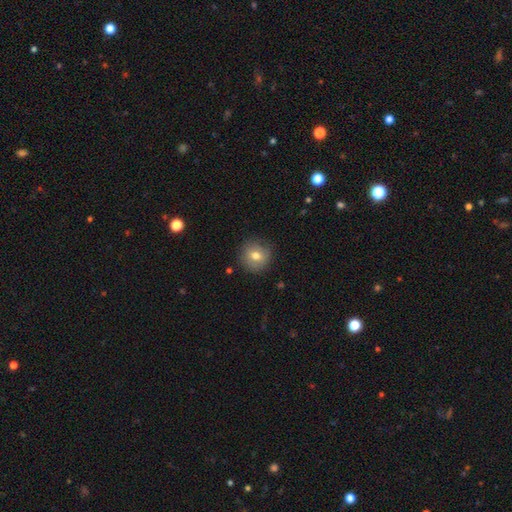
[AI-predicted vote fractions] Overall: smooth (74%). How rounded: round (92%). Merging: none (86%).